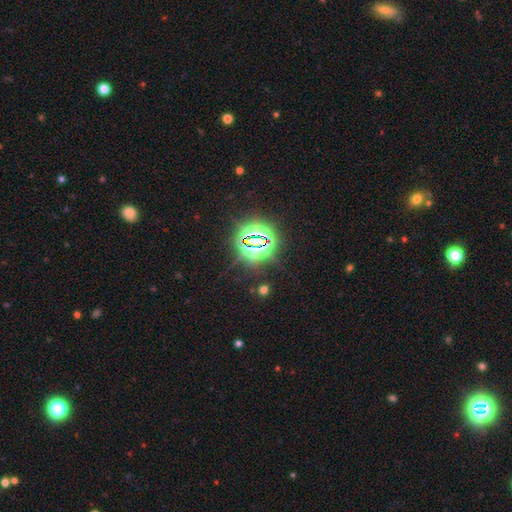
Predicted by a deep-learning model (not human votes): Smooth or featured? star or artifact (82%)